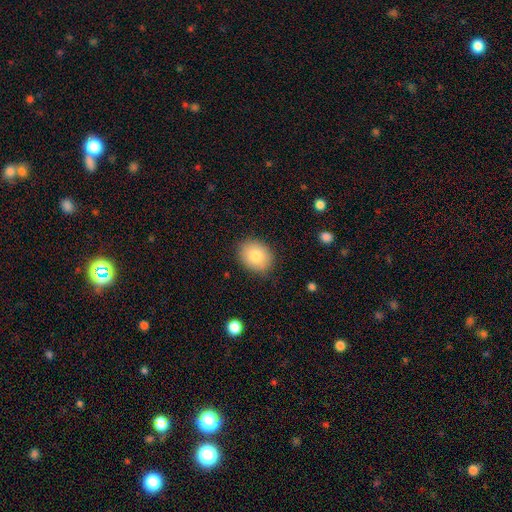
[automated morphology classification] This appears to be a smooth galaxy with no disk features (82%) that is in between round and cigar-shaped (56%). Merging: none (86%).